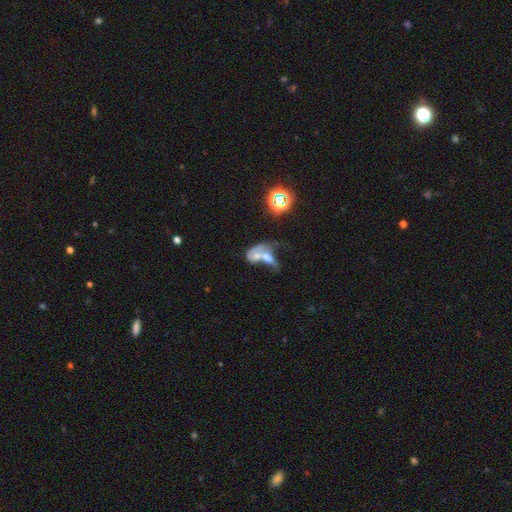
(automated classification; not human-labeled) Smooth or featured? Predicted: featured or disk (p=0.44). Merging? Predicted: merger (p=0.72).